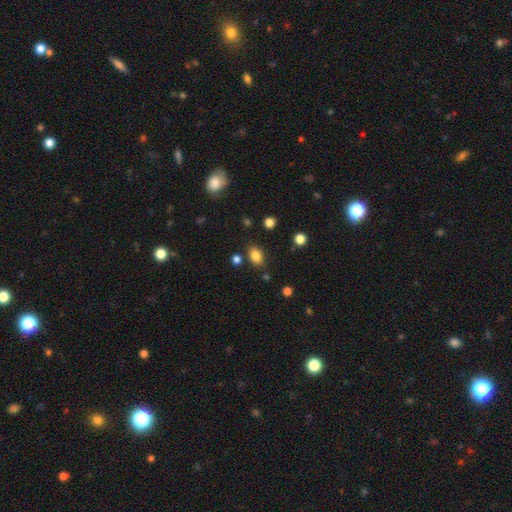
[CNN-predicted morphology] This is clearly a smooth galaxy (84%). How rounded: clearly in between (83%). Merging: clearly none (82%).